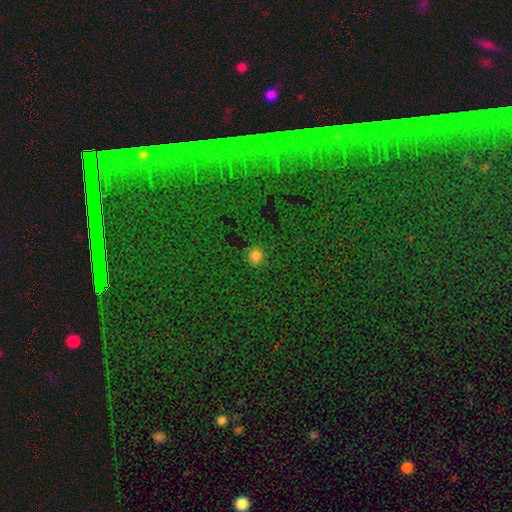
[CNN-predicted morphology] This is likely a smooth galaxy (78%). How rounded: clearly round (91%). Merging: clearly none (87%).